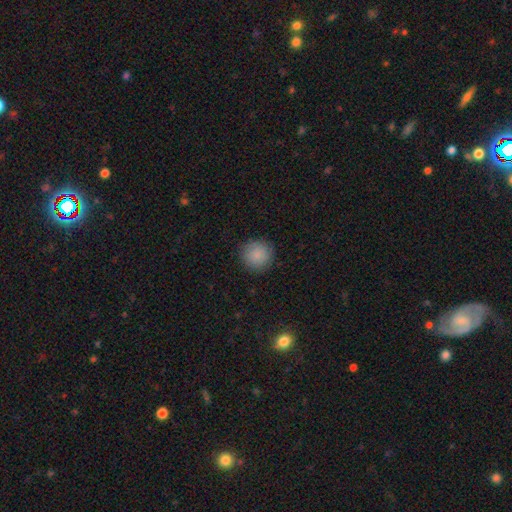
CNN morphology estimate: A smooth galaxy with no disk features (88%) that is round (94%). Merging: none (88%).